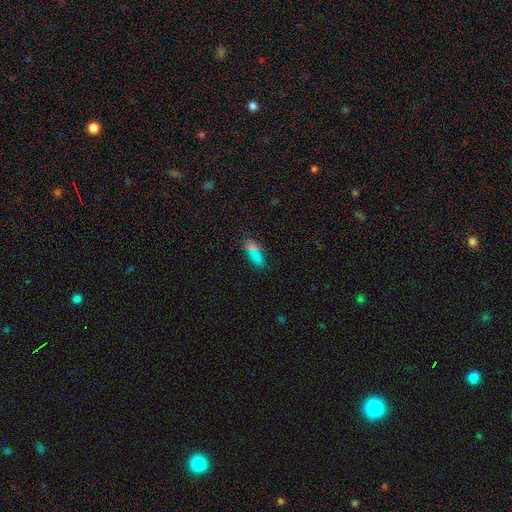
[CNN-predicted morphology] Q: Smooth or featured?
A: smooth (71%); runner-up: star or artifact (21%)
Q: How rounded?
A: in between (77%); runner-up: cigar-shaped (18%)
Q: Merging?
A: none (79%); runner-up: minor disturbance (13%)